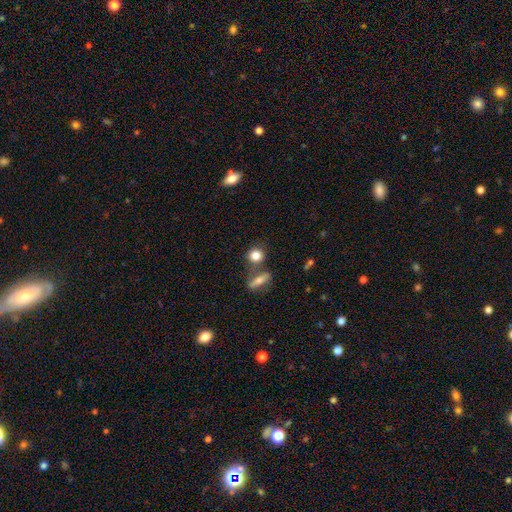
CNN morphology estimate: A smooth galaxy with no disk features (82%) that is round (75%). Merging: none (64%).